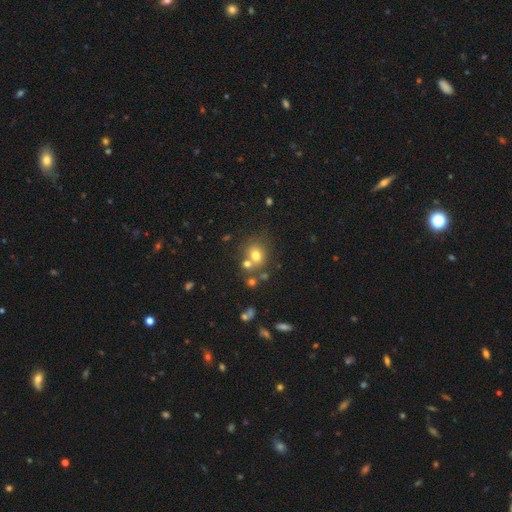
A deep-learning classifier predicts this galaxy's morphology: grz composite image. It shows a smooth galaxy with no disk features (70%) that is round (70%). Merging: none (55%).